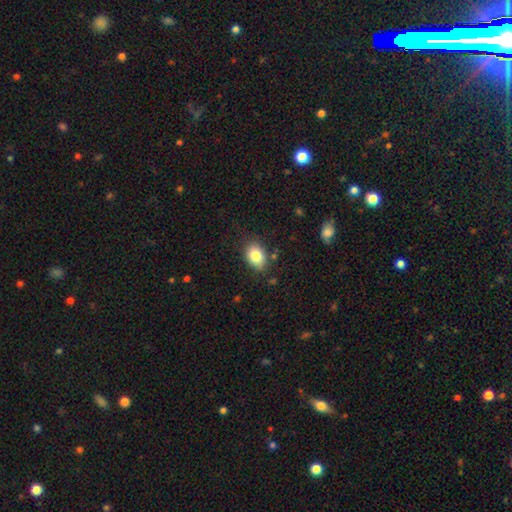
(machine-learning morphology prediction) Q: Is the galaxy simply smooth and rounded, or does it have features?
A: smooth — 83%.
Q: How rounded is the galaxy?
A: in between — 76%.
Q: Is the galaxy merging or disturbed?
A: none — 80%.